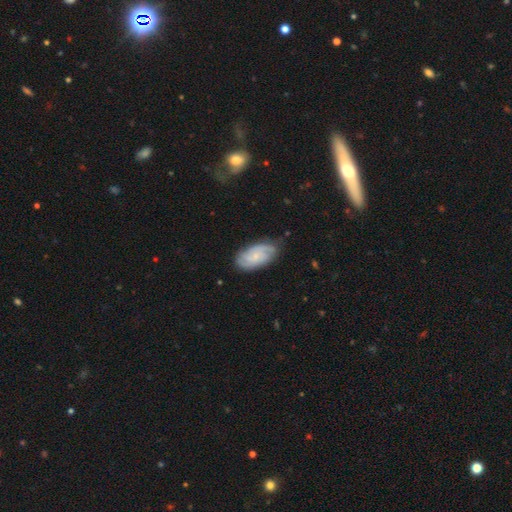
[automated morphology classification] This is likely a featured or disk galaxy (63%). It is clearly not viewed edge-on (95%). Bar: likely no (70%). Spiral arm pattern: clearly yes (92%). Spiral arm count: marginally 2 (33%). Spiral winding: possibly tight (50%). Central bulge: likely small (70%). Merging: likely none (73%).